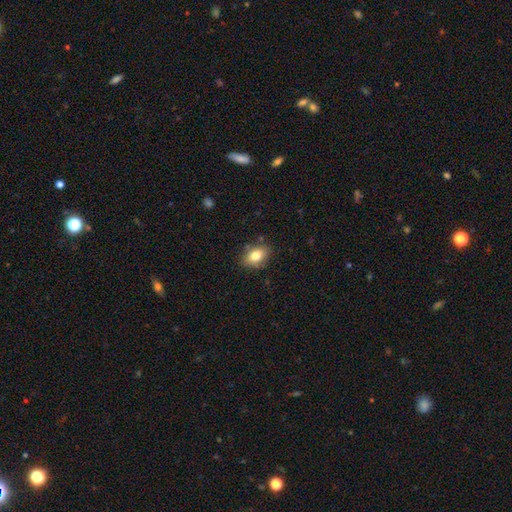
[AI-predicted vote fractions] A smooth galaxy with no disk features (80%) that is in between round and cigar-shaped (79%). Merging: none (80%).